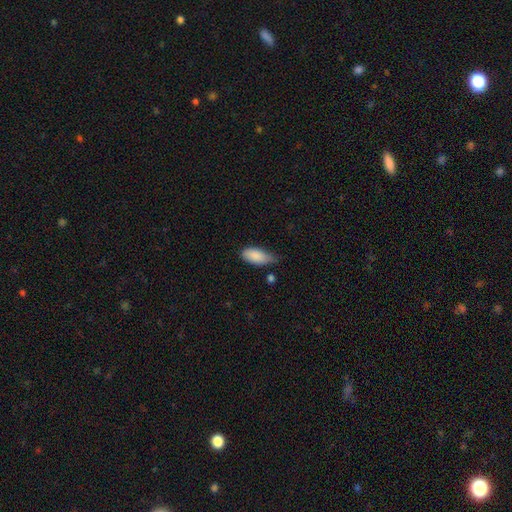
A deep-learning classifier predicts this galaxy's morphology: Smooth or featured: smooth — 87% (featured or disk — 7%)
How rounded: in between — 90% (cigar-shaped — 8%)
Merging: minor disturbance — 47% (none — 41%)